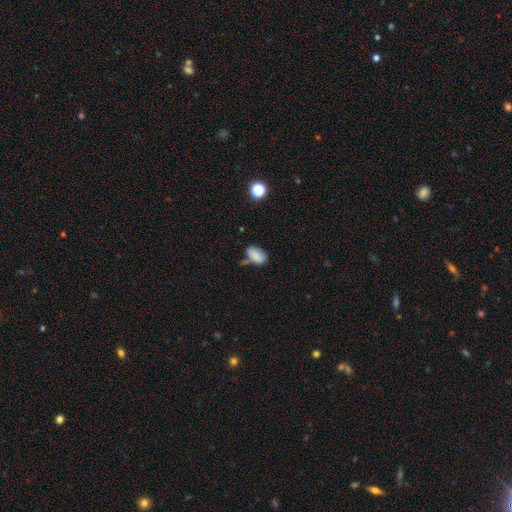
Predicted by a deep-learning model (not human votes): smooth_or_featured: smooth (p=0.84) [alt: star or artifact p=0.09]
how_rounded: in between (p=0.91) [alt: round p=0.07]
merging: none (p=0.57) [alt: minor disturbance p=0.25]